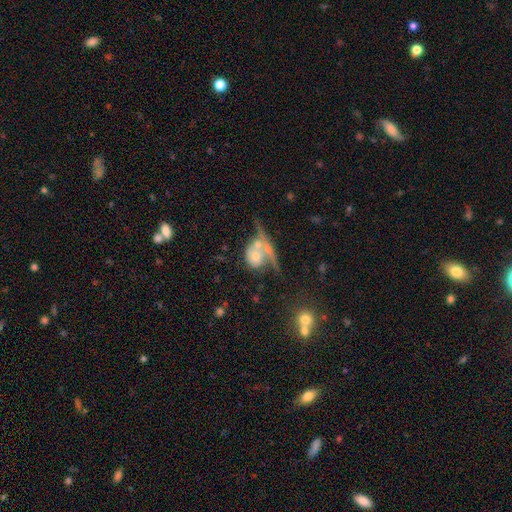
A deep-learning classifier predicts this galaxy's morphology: Overall: featured or disk (47%; smooth 43%). Merging: merger (49%; none 22%).